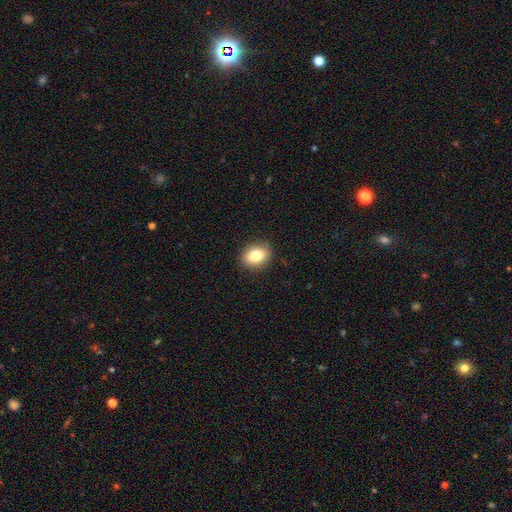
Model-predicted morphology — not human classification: Q: Smooth or featured?
A: smooth (82%); runner-up: featured or disk (9%)
Q: How rounded?
A: in between (66%); runner-up: round (33%)
Q: Merging?
A: none (88%); runner-up: minor disturbance (9%)